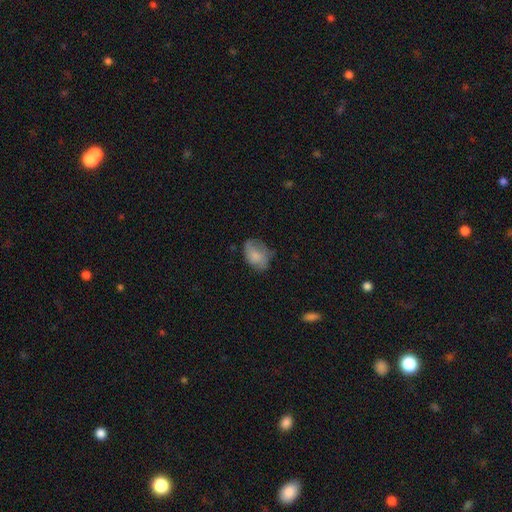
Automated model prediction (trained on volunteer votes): smooth 73%, featured or disk 19%, star or artifact 8%. Down the decision tree: how rounded — in between (79%); merging — none (51%).